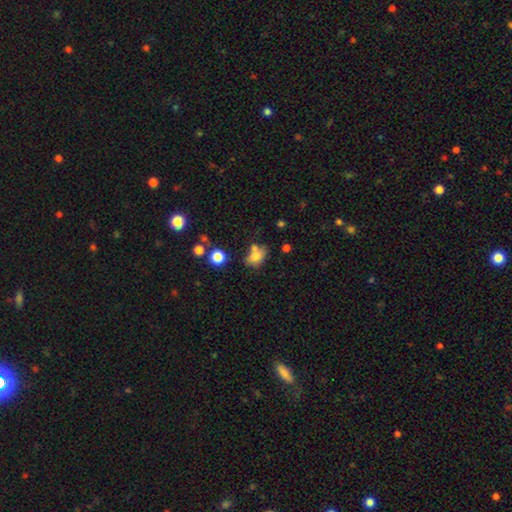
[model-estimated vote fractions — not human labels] smooth_or_featured: smooth (p=0.72) [alt: featured or disk p=0.16]
how_rounded: in between (p=0.67) [alt: round p=0.31]
merging: none (p=0.46) [alt: merger p=0.25]